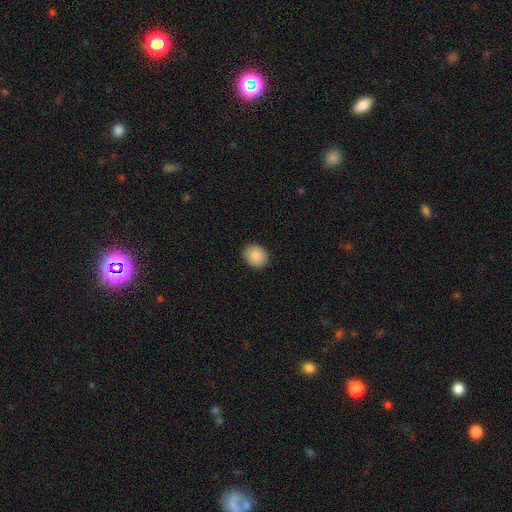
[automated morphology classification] smooth_or_featured: smooth (p=0.89) [alt: star or artifact p=0.08]
how_rounded: round (p=0.55) [alt: in between p=0.44]
merging: none (p=0.90) [alt: minor disturbance p=0.08]